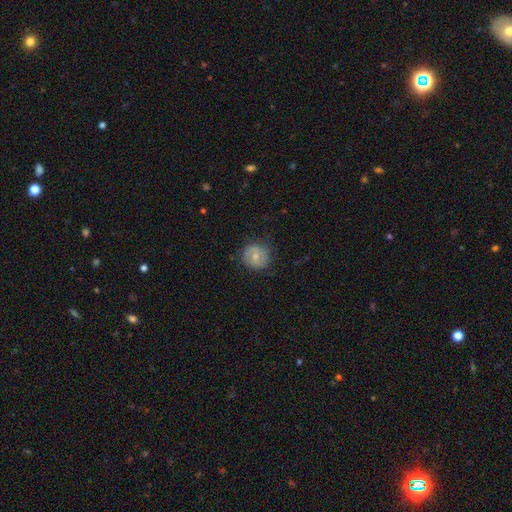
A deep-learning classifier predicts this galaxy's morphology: type=smooth (54%); roundness=round (86%); merging=none (76%).